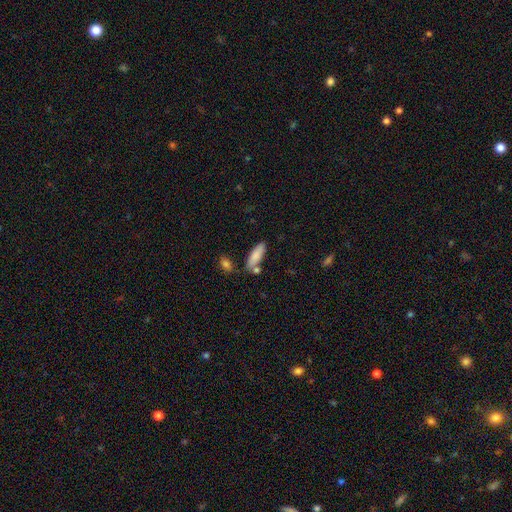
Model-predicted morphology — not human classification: smooth-or-featured: smooth: 85% | featured or disk: 9% | star or artifact: 6%
  how-rounded: in between: 54% | cigar-shaped: 45% | round: 2%
  merging: none: 71% | minor disturbance: 14% | merger: 12% | major disturbance: 3%